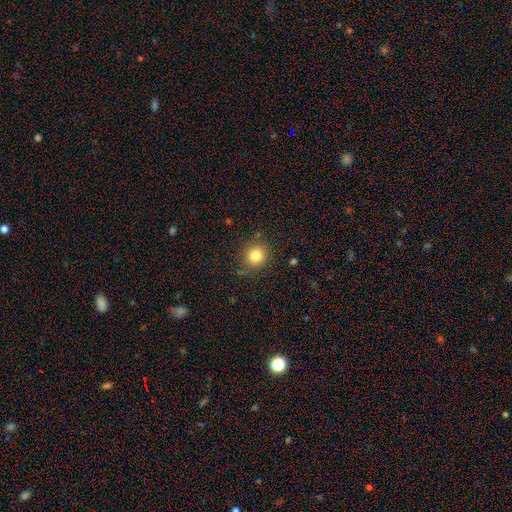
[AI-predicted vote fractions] smooth 81%, star or artifact 12%, featured or disk 7%. Down the decision tree: how rounded — round (90%); merging — none (84%).